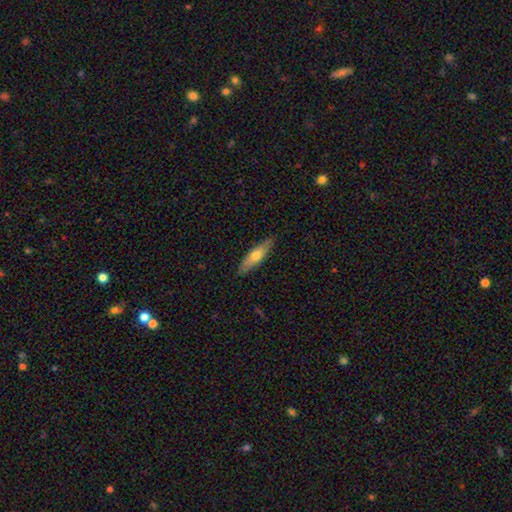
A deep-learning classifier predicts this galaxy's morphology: The model was most divided on "smooth or featured": smooth: 58%, featured or disk: 37%, star or artifact: 6%. More confident: merging — none (86%); how rounded — cigar-shaped (60%).